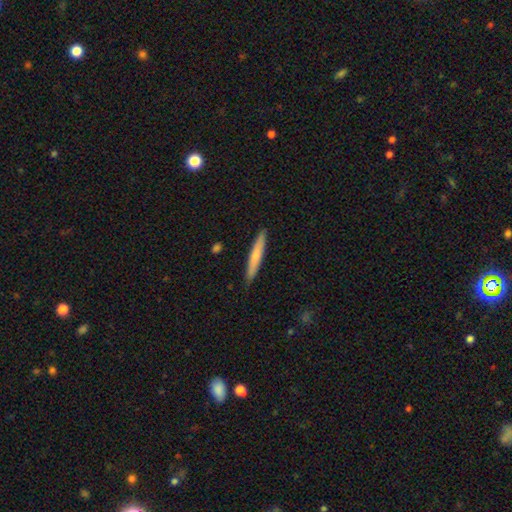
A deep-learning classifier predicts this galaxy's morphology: The model was most divided on "smooth or featured": smooth: 64%, featured or disk: 30%, star or artifact: 5%. More confident: how rounded — cigar-shaped (95%); merging — none (89%).